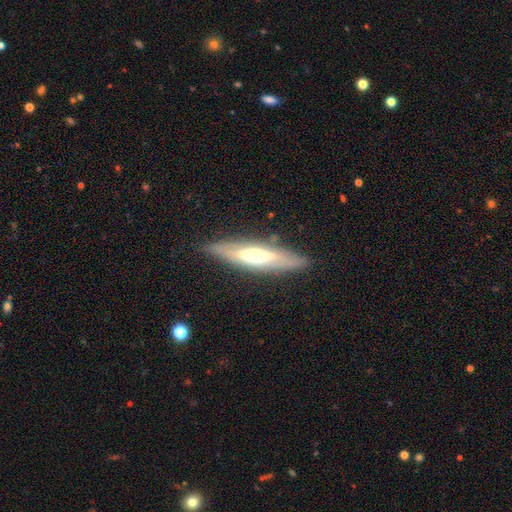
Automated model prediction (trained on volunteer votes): The model was most divided on "smooth or featured": featured or disk: 61%, smooth: 33%, star or artifact: 6%. More confident: merging — none (82%); edge-on disk — yes (69%).